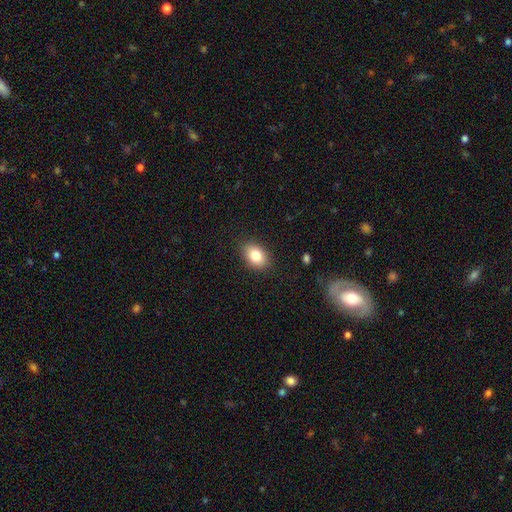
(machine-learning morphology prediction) This is clearly a smooth galaxy (83%). How rounded: clearly in between (81%). Merging: clearly none (86%).